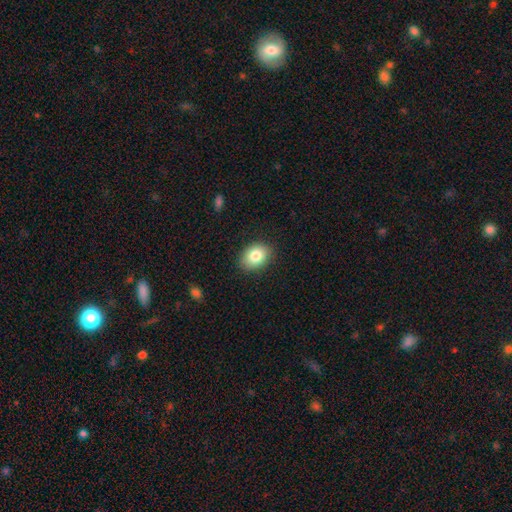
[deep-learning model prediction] Smooth or featured? smooth (83%)
How rounded? in between (71%)
Merging? none (86%)